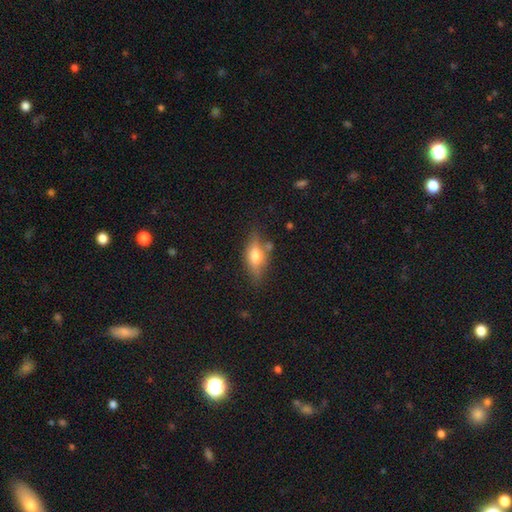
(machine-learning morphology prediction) A smooth galaxy with no disk features (56%) that is in between round and cigar-shaped (72%). Merging: none (70%).